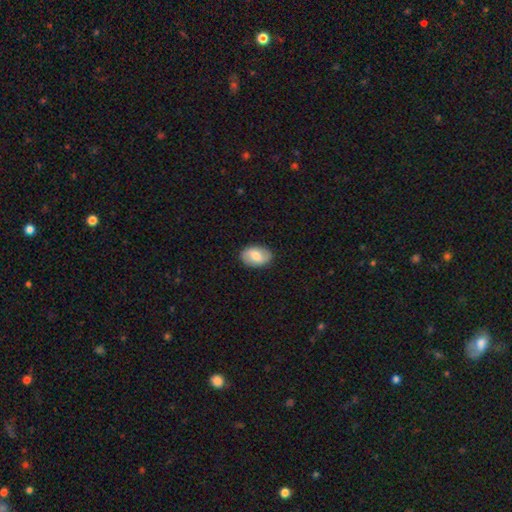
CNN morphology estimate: Q: Smooth or featured?
A: smooth (66%); runner-up: featured or disk (28%)
Q: How rounded?
A: in between (86%); runner-up: round (12%)
Q: Merging?
A: none (87%); runner-up: minor disturbance (10%)